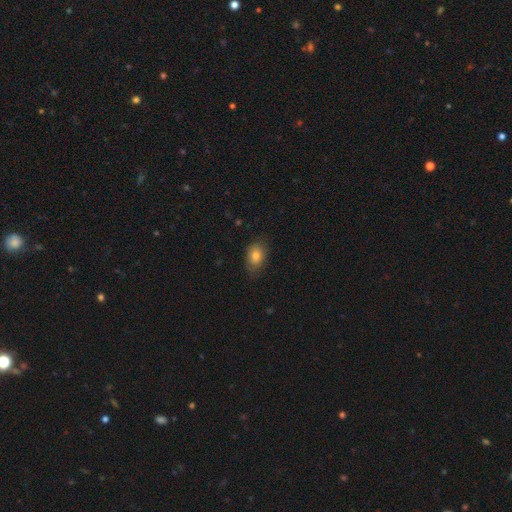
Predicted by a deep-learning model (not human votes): This appears to be a smooth galaxy with no disk features (79%) that is in between round and cigar-shaped (77%). Merging: none (72%).